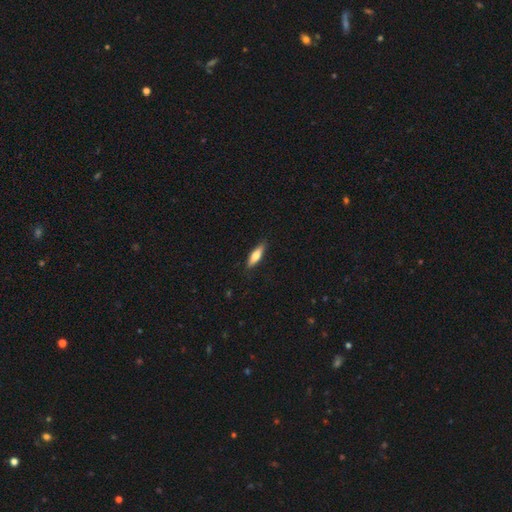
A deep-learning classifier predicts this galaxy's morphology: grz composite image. It shows a smooth galaxy with no disk features (67%) that is cigar-shaped (61%). Merging: none (86%).